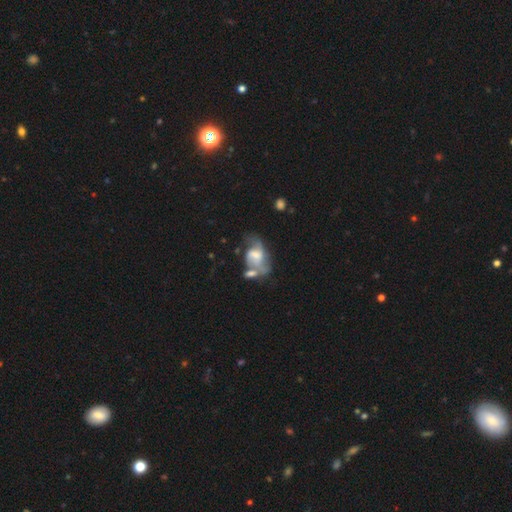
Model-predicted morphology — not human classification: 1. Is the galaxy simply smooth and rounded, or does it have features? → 68% featured or disk, 25% smooth, 7% star or artifact.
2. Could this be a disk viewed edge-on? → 96% no, 4% yes.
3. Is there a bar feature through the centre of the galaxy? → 46% weak, 41% no, 13% strong.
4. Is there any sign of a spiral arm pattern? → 78% yes, 22% no.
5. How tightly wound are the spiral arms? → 47% loose, 41% medium, 13% tight.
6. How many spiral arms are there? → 72% 2, 14% can't tell, 8% 1, 4% 3, 1% 4, 1% more than 4.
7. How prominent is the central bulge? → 43% moderate, 30% small, 13% none, 12% large, 2% dominant.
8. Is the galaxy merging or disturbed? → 34% merger, 26% none, 21% major disturbance, 19% minor disturbance.